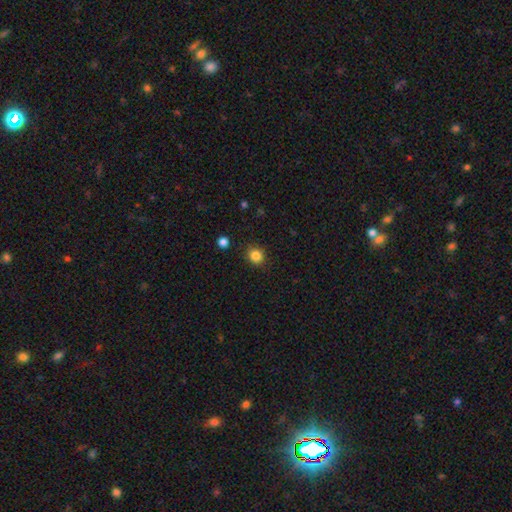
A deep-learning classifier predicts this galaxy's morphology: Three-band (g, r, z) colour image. It shows a smooth galaxy with no disk features (84%) that is round (84%). Merging: none (88%).